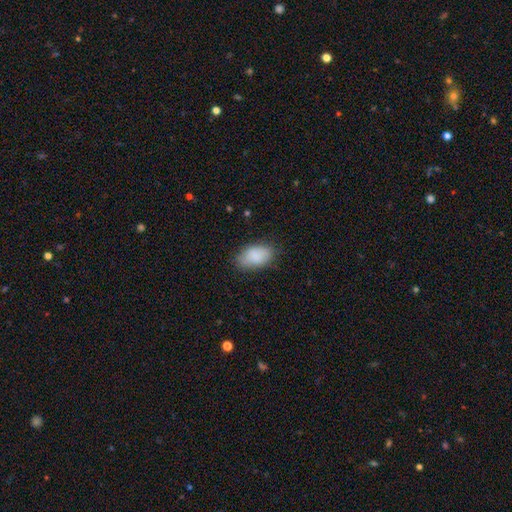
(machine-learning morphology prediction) Smooth or featured? smooth (88%)
How rounded? in between (93%)
Merging? none (78%)